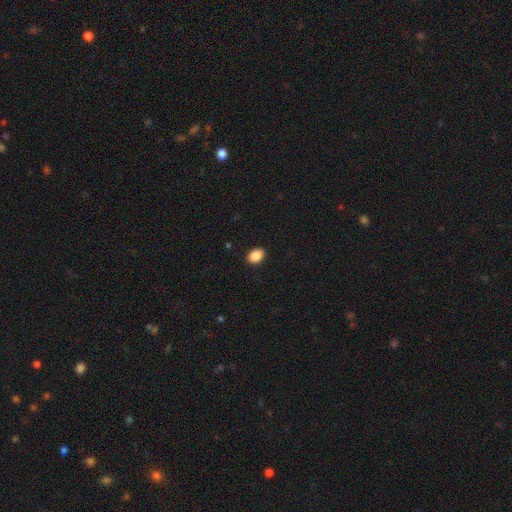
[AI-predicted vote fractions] Smooth or featured: smooth — 88% (star or artifact — 8%)
How rounded: in between — 74% (round — 25%)
Merging: none — 90% (minor disturbance — 7%)